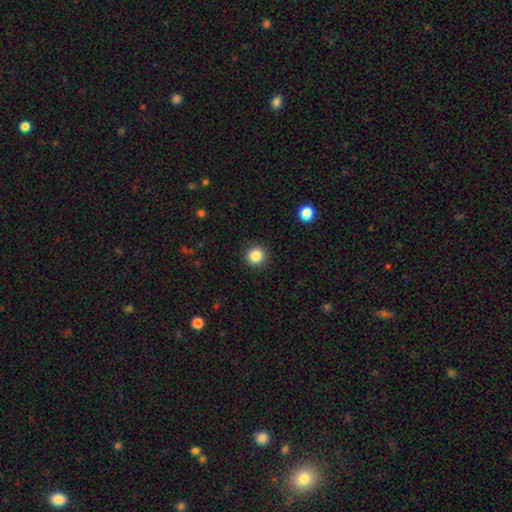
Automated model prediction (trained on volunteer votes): Smooth or featured? Predicted: smooth (p=0.85). How rounded? Predicted: round (p=0.94). Merging? Predicted: none (p=0.91).